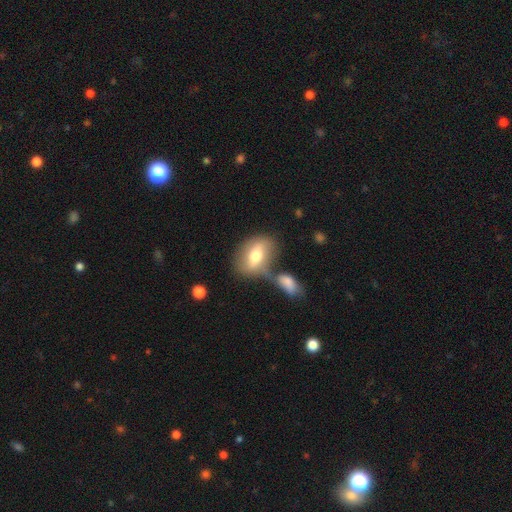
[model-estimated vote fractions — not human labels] smooth-or-featured: smooth: 60% | featured or disk: 33% | star or artifact: 7%
  how-rounded: in between: 77% | round: 19% | cigar-shaped: 4%
  merging: none: 49% | merger: 30% | minor disturbance: 14% | major disturbance: 7%